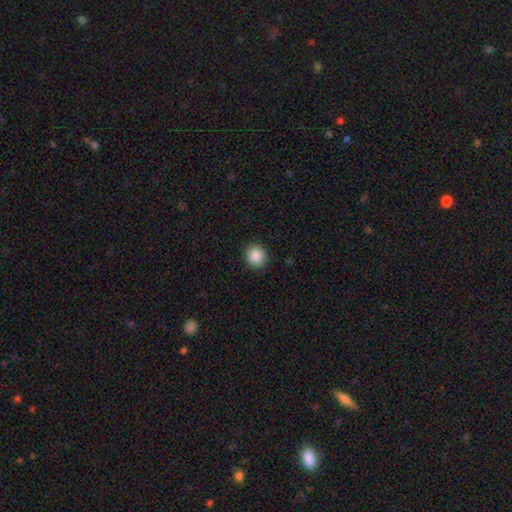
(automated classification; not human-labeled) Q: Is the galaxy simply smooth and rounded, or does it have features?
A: smooth — 87%.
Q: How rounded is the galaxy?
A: round — 88%.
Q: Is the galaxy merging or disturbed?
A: none — 91%.